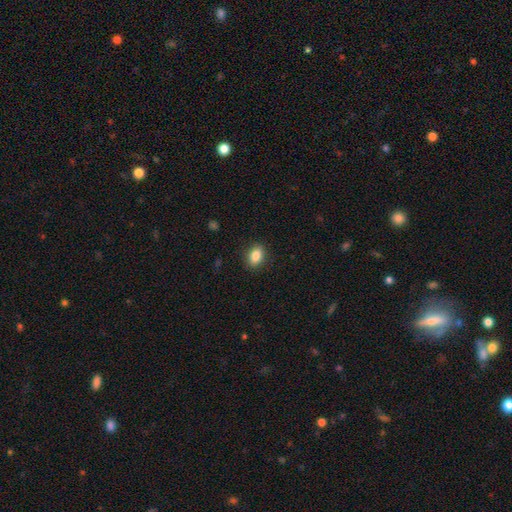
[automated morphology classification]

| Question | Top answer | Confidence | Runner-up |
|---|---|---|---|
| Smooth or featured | smooth | 86% | star or artifact (8%) |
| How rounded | in between | 81% | round (18%) |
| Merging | none | 88% | minor disturbance (8%) |